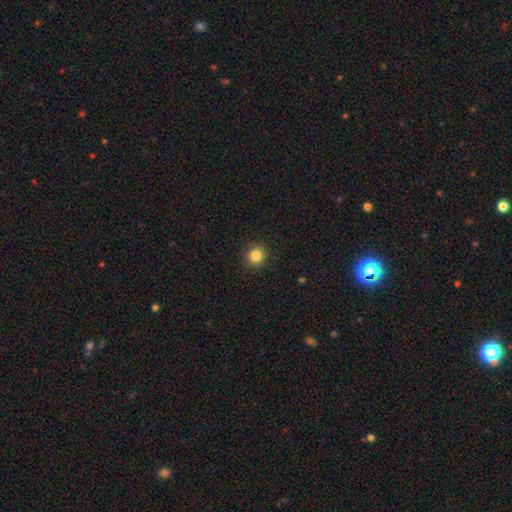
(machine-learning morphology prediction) The model was most divided on "smooth or featured": smooth: 84%, star or artifact: 11%, featured or disk: 5%. More confident: merging — none (92%); how rounded — round (90%).